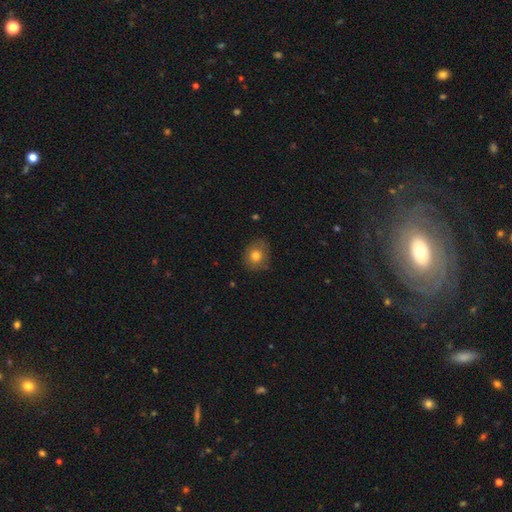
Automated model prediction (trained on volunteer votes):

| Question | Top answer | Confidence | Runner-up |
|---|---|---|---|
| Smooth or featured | smooth | 78% | featured or disk (12%) |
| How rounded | round | 64% | in between (35%) |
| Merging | none | 75% | minor disturbance (19%) |